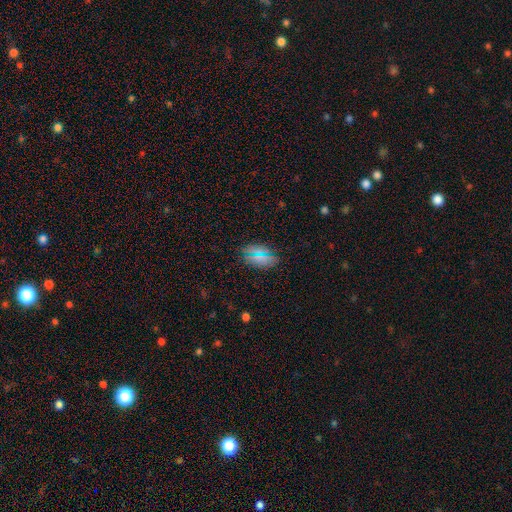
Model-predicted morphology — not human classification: A smooth galaxy with no disk features (72%) that is in between round and cigar-shaped (87%).

Vote fractions:
- Smooth or featured? smooth: 72% / star or artifact: 19% / featured or disk: 9%
- How rounded? in between: 87% / round: 7% / cigar-shaped: 6%
- Merging? none: 83% / minor disturbance: 12% / major disturbance: 3% / merger: 2%